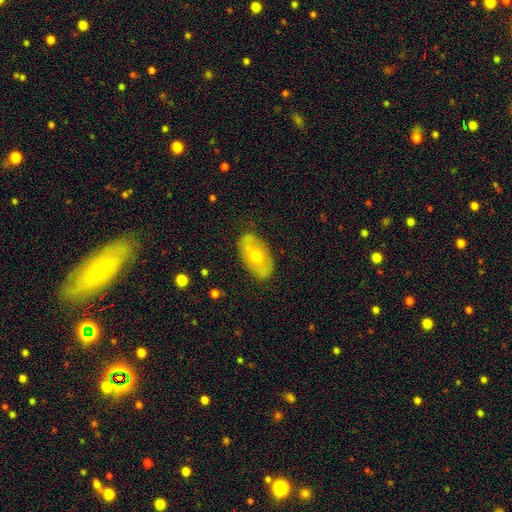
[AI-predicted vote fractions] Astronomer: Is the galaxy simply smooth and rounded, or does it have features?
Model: smooth — 47% (runner-up: featured or disk, 45%).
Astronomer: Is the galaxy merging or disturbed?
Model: none — 77%.